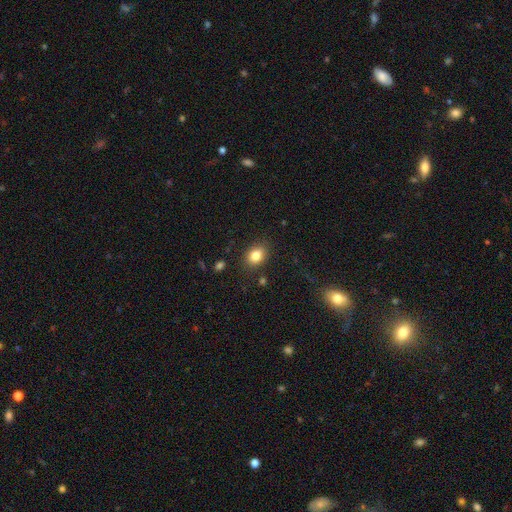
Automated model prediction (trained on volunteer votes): This appears to be a smooth galaxy with no disk features (83%) that is in between round and cigar-shaped (61%). Merging: none (85%).